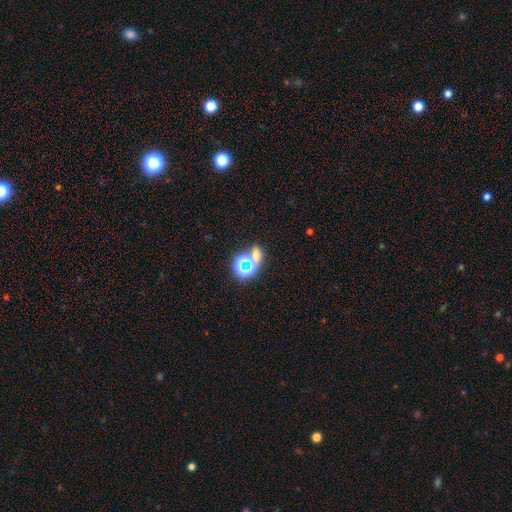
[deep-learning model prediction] Overall: star or artifact (48%; smooth 40%).